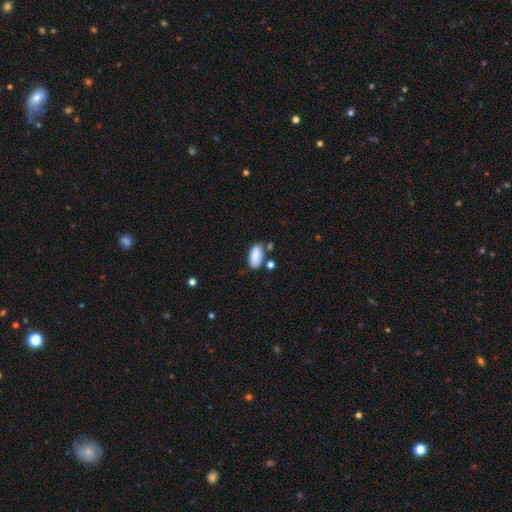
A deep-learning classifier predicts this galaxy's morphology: smooth 86%, featured or disk 7%, star or artifact 7%. Down the decision tree: how rounded — in between (94%); merging — none (71%).